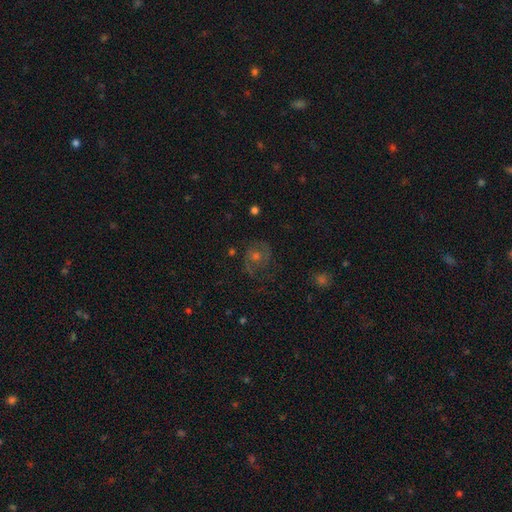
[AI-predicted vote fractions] Q: Smooth or featured?
A: featured or disk (65%); runner-up: smooth (18%)
Q: Edge-on disk?
A: no (97%); runner-up: yes (3%)
Q: Bar?
A: no (71%); runner-up: weak (24%)
Q: Spiral arms?
A: yes (89%); runner-up: no (11%)
Q: Spiral winding?
A: medium (49%); runner-up: tight (36%)
Q: Spiral arm count?
A: 2 (69%); runner-up: can't tell (16%)
Q: Bulge size?
A: moderate (54%); runner-up: small (36%)
Q: Merging?
A: none (72%); runner-up: minor disturbance (16%)